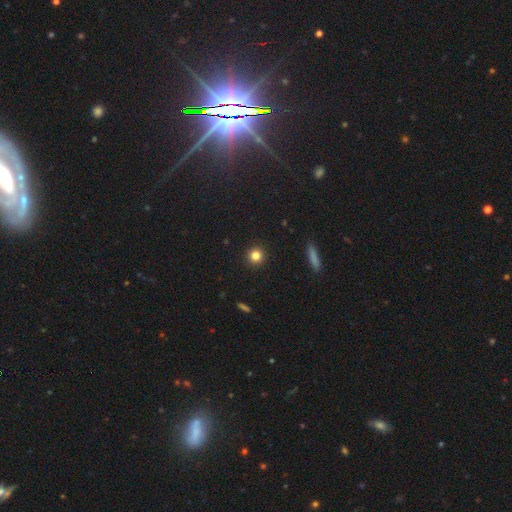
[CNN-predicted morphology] A smooth galaxy with no disk features (82%) that is round (95%). Merging: none (93%).